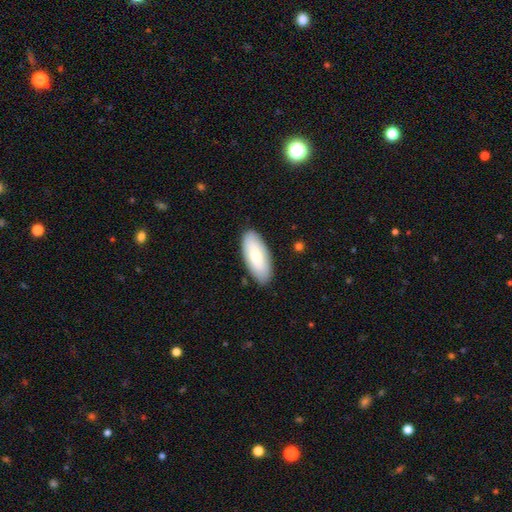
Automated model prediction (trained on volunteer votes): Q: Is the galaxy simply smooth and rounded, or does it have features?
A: smooth — 76%.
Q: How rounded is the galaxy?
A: in between — 88%.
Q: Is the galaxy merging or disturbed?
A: none — 87%.